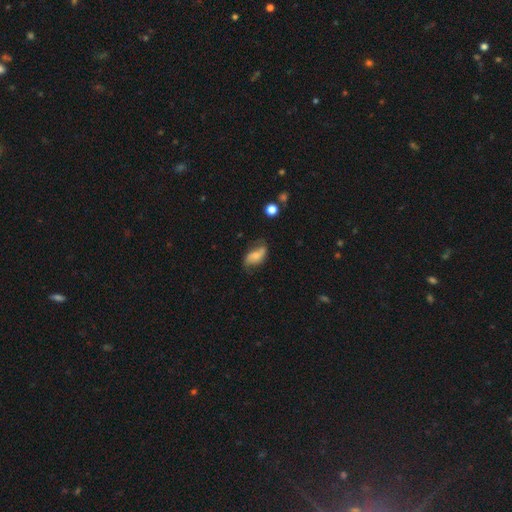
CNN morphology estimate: smooth_or_featured: smooth (p=0.49) [alt: featured or disk p=0.42]
merging: none (p=0.55) [alt: minor disturbance p=0.29]